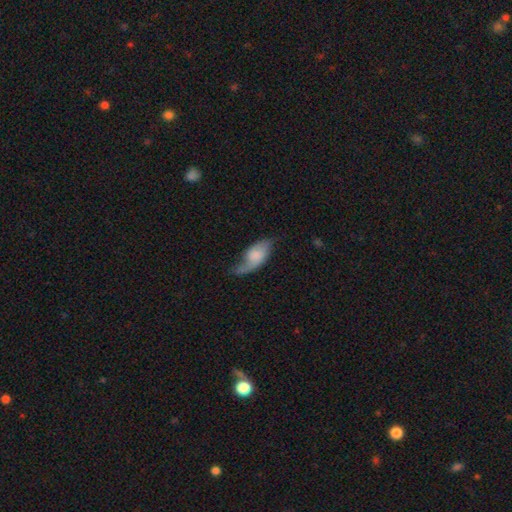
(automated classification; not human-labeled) A featured or disk galaxy (47%).

Vote fractions:
- Smooth or featured? featured or disk: 47% / smooth: 46% / star or artifact: 7%
- Merging? none: 39% / minor disturbance: 33% / major disturbance: 24% / merger: 3%